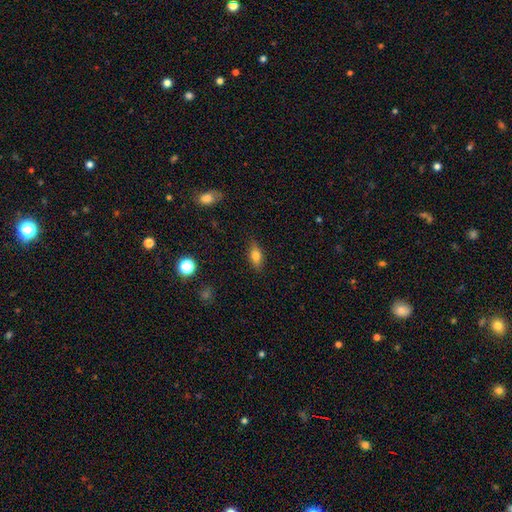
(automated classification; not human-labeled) Morphology: type=smooth (75%); roundness=in between (81%); merging=none (82%).